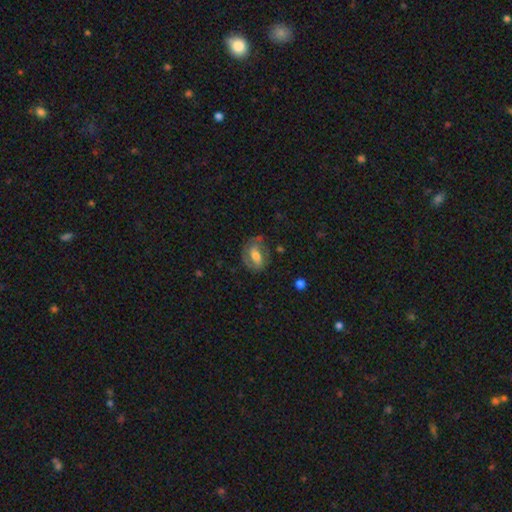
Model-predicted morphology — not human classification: featured or disk 55%, smooth 37%, star or artifact 8%. Down the decision tree: edge-on disk — no (94%); bar — weak (40%); spiral arms — yes (69%); bulge size — moderate (59%); merging — none (63%).